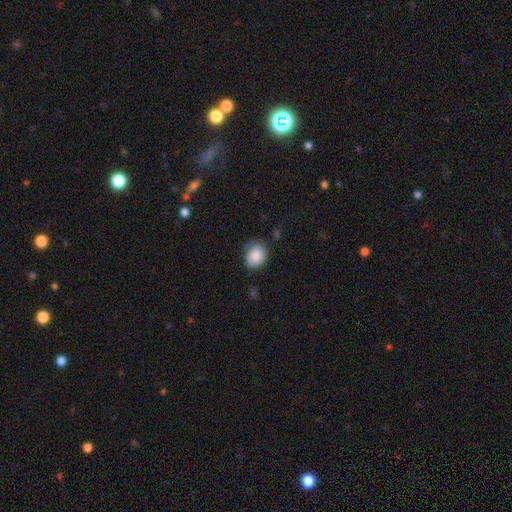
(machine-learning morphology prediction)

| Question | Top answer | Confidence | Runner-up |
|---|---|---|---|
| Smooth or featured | smooth | 87% | star or artifact (8%) |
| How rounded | round | 63% | in between (36%) |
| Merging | none | 69% | minor disturbance (24%) |